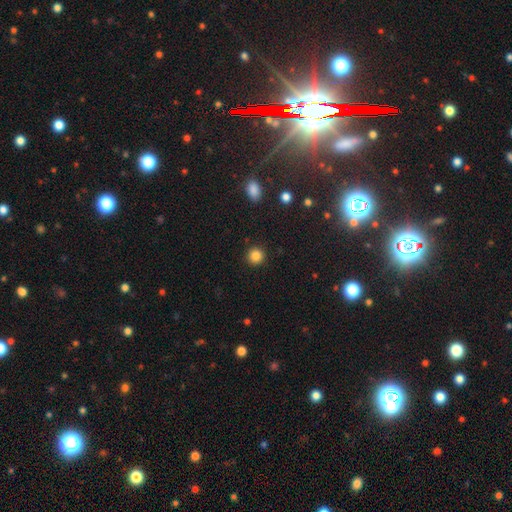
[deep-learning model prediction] This is clearly a smooth galaxy (85%). How rounded: clearly round (94%). Merging: clearly none (92%).